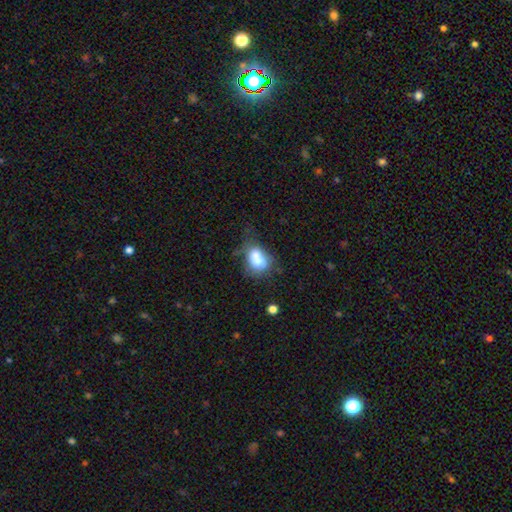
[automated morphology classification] smooth_or_featured: smooth (p=0.70) [alt: featured or disk p=0.20]
how_rounded: in between (p=0.71) [alt: round p=0.27]
merging: merger (p=0.31) [alt: none p=0.27]